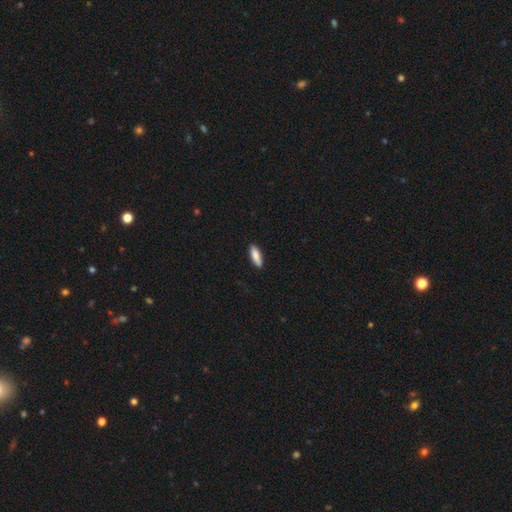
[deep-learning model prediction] Smooth or featured? Predicted: smooth (p=0.85). How rounded? Predicted: in between (p=0.56). Merging? Predicted: none (p=0.87).